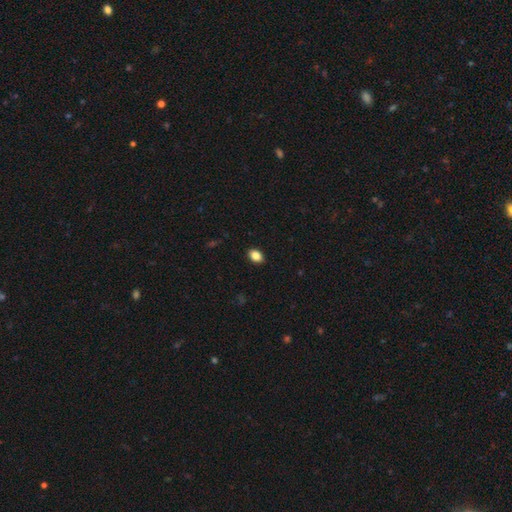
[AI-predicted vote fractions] Overall: smooth (86%). How rounded: in between (79%). Merging: none (90%).